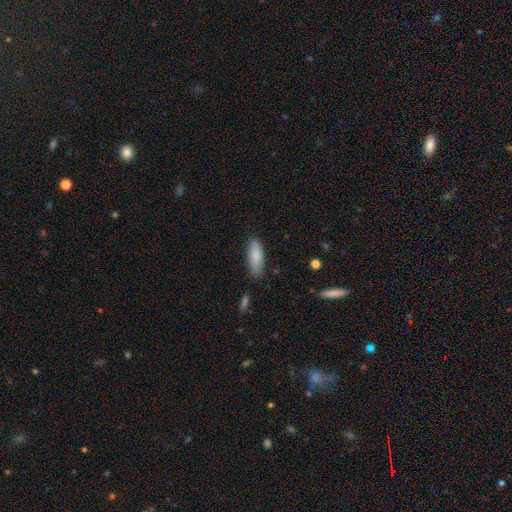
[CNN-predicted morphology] smooth 86%, featured or disk 8%, star or artifact 6%. Down the decision tree: how rounded — in between (70%); merging — none (79%).